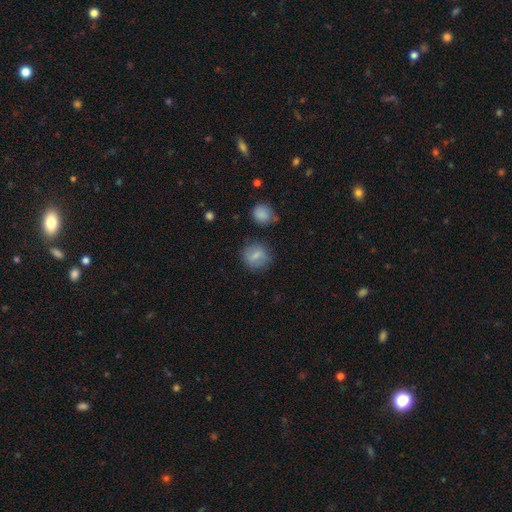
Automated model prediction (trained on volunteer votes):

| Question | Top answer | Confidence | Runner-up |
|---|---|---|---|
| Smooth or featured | smooth | 78% | featured or disk (13%) |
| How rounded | round | 80% | in between (19%) |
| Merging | none | 81% | minor disturbance (12%) |